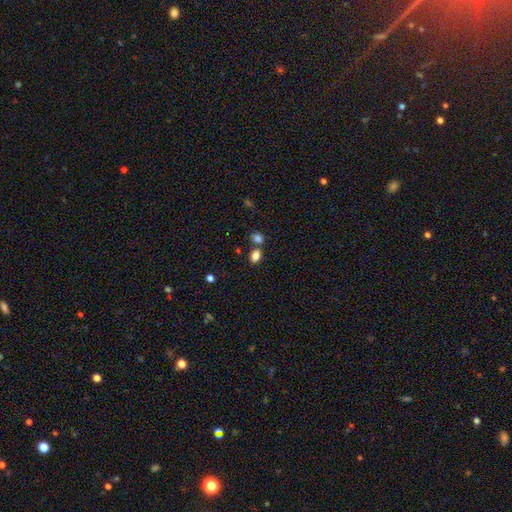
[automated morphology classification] smooth_or_featured: smooth (p=0.82) [alt: star or artifact p=0.12]
how_rounded: in between (p=0.75) [alt: round p=0.24]
merging: none (p=0.59) [alt: merger p=0.27]